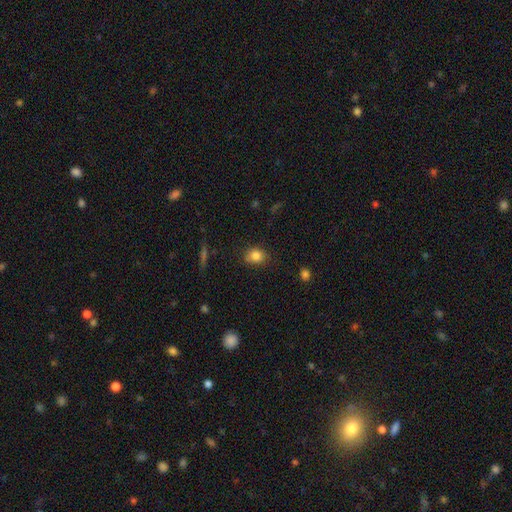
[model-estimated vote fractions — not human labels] A smooth galaxy with no disk features (82%) that is round (53%).

Vote fractions:
- Smooth or featured? smooth: 82% / star or artifact: 10% / featured or disk: 8%
- How rounded? round: 53% / in between: 45% / cigar-shaped: 1%
- Merging? none: 76% / minor disturbance: 18% / major disturbance: 4% / merger: 2%